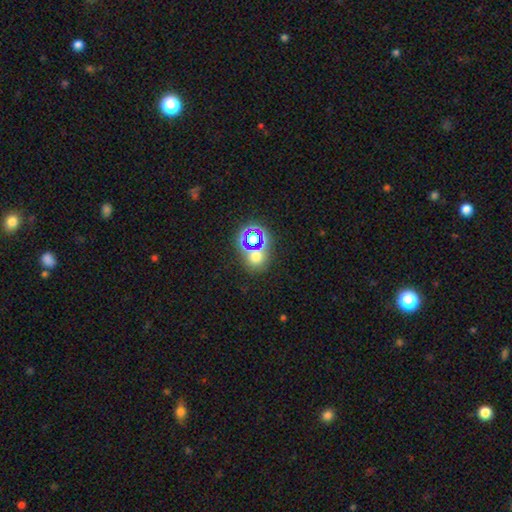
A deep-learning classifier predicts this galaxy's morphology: Smooth or featured? Predicted: smooth (p=0.49). Merging? Predicted: none (p=0.64).